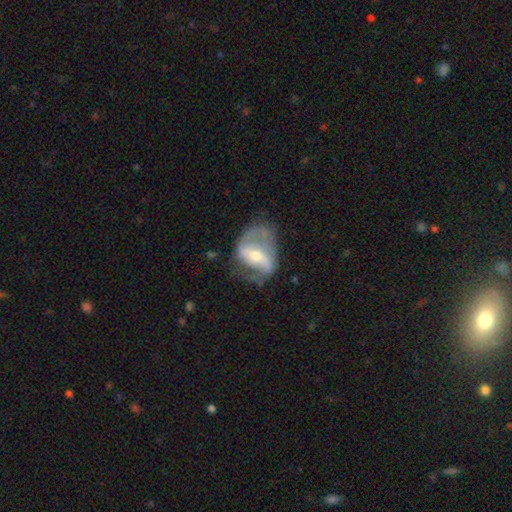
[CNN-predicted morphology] Q: Smooth or featured?
A: featured or disk (79%); runner-up: smooth (15%)
Q: Edge-on disk?
A: no (96%); runner-up: yes (4%)
Q: Bar?
A: strong (39%); runner-up: weak (38%)
Q: Spiral arms?
A: yes (85%); runner-up: no (15%)
Q: Spiral winding?
A: loose (47%); runner-up: medium (39%)
Q: Spiral arm count?
A: 2 (81%); runner-up: can't tell (9%)
Q: Bulge size?
A: moderate (54%); runner-up: small (39%)
Q: Merging?
A: none (51%); runner-up: minor disturbance (26%)